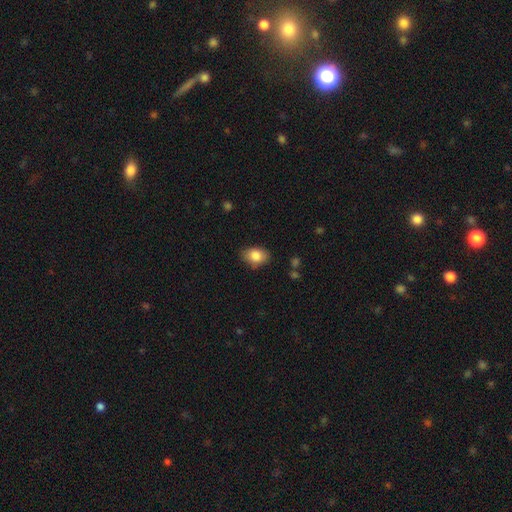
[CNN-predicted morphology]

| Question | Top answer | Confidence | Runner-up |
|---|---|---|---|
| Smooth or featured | smooth | 83% | featured or disk (9%) |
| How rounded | in between | 77% | round (21%) |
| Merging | none | 79% | minor disturbance (17%) |